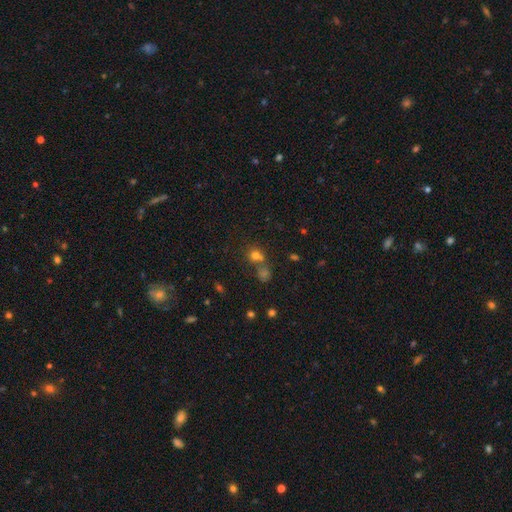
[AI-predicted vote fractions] A smooth galaxy with no disk features (70%) that is round (81%).

Vote fractions:
- Smooth or featured? smooth: 70% / star or artifact: 19% / featured or disk: 11%
- How rounded? round: 81% / in between: 18% / cigar-shaped: 1%
- Merging? none: 49% / merger: 38% / minor disturbance: 9% / major disturbance: 4%